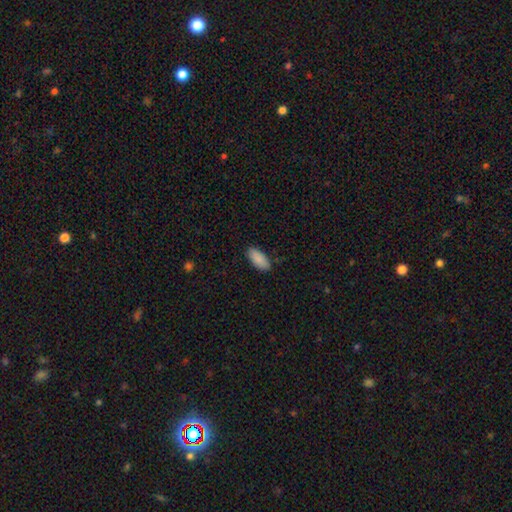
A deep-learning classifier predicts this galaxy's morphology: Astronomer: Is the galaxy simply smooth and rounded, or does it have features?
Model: smooth — 89%.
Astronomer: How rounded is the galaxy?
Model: in between — 88%.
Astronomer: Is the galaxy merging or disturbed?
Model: none — 87%.